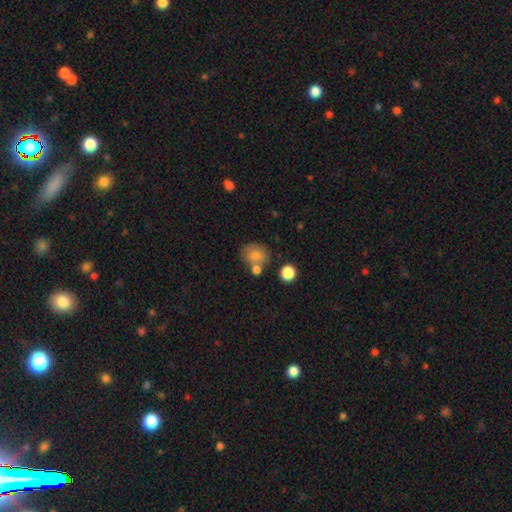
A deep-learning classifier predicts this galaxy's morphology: Smooth or featured? Predicted: smooth (p=0.76). How rounded? Predicted: round (p=0.75). Merging? Predicted: none (p=0.56).